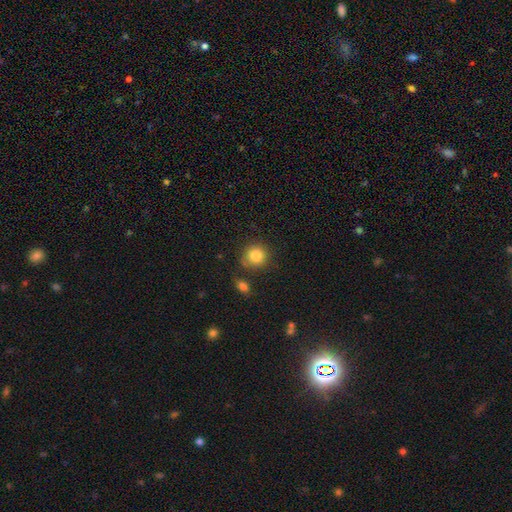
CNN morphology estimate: smooth-or-featured: smooth: 84% | star or artifact: 10% | featured or disk: 6%
  how-rounded: round: 88% | in between: 11% | cigar-shaped: 1%
  merging: none: 78% | minor disturbance: 13% | merger: 6% | major disturbance: 4%